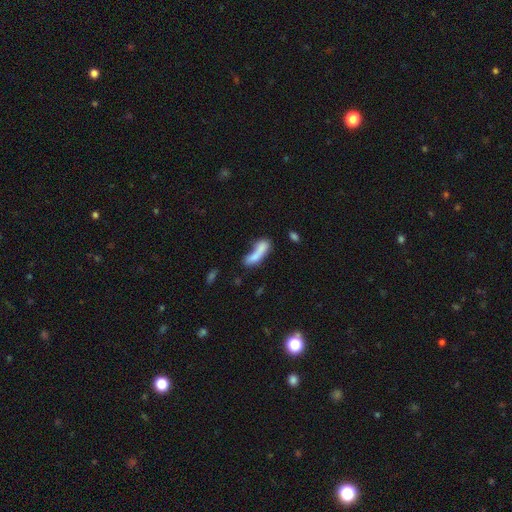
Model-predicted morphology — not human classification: A smooth galaxy with no disk features (72%) that is cigar-shaped (58%).

Vote fractions:
- Smooth or featured? smooth: 72% / featured or disk: 19% / star or artifact: 9%
- How rounded? cigar-shaped: 58% / in between: 39% / round: 3%
- Merging? merger: 39% / none: 31% / minor disturbance: 16% / major disturbance: 14%